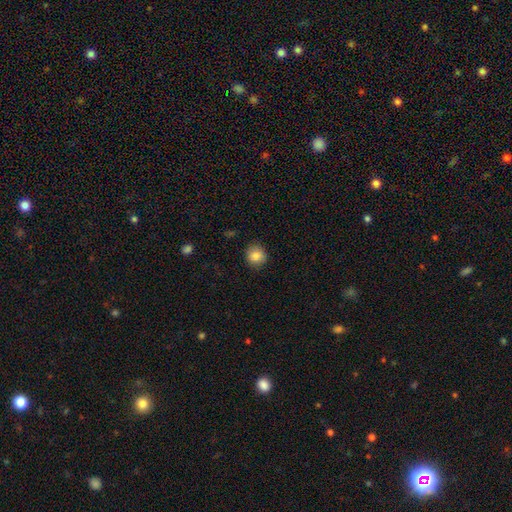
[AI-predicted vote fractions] Smooth or featured: smooth — 85% (star or artifact — 9%)
How rounded: round — 87% (in between — 12%)
Merging: none — 87% (minor disturbance — 10%)